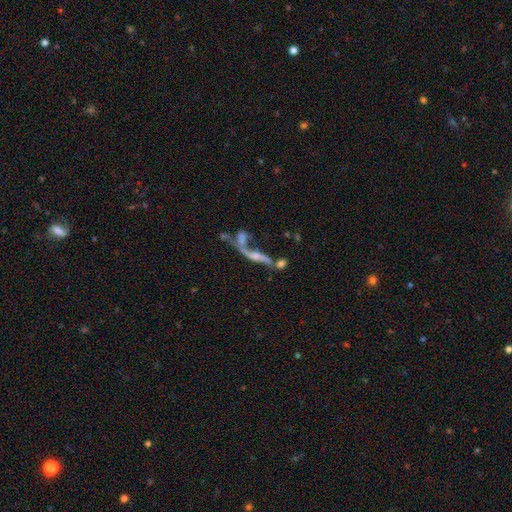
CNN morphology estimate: Smooth or featured? featured or disk (68%)
Edge-on disk? no (59%)
Merging? merger (43%)